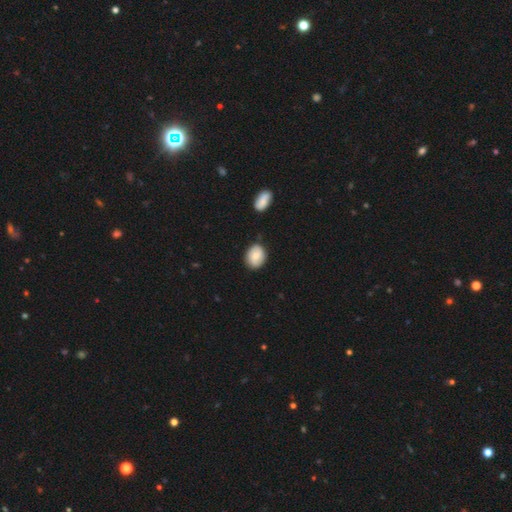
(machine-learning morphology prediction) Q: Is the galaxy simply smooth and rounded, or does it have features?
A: smooth — 75%.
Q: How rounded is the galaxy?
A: in between — 50%.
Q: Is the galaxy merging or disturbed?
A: none — 78%.